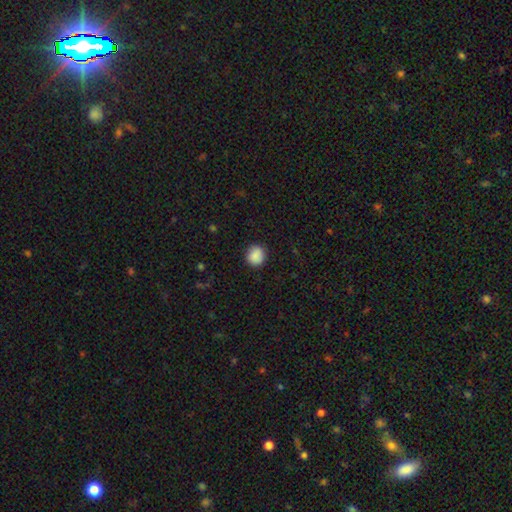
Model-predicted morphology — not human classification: Smooth or featured? smooth (88%)
How rounded? round (86%)
Merging? none (88%)